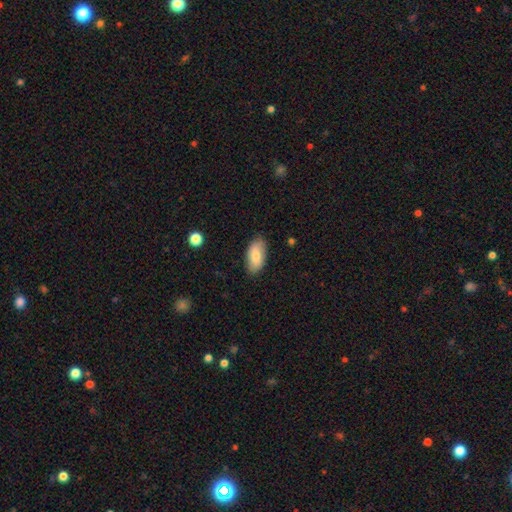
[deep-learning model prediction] A smooth galaxy with no disk features (77%) that is in between round and cigar-shaped (93%). Merging: none (83%).